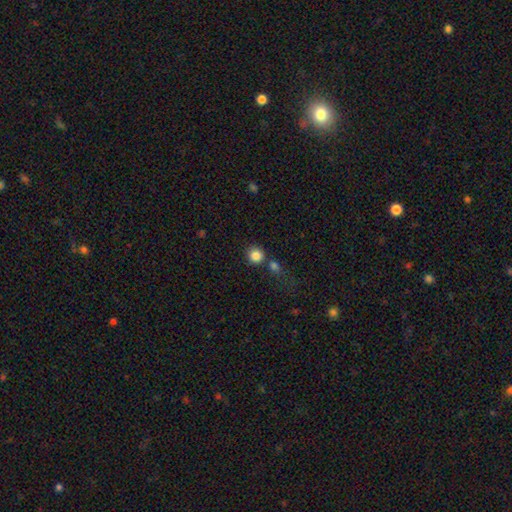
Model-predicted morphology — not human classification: A smooth galaxy with no disk features (84%) that is round (91%).

Vote fractions:
- Smooth or featured? smooth: 84% / star or artifact: 10% / featured or disk: 5%
- How rounded? round: 91% / in between: 8% / cigar-shaped: 1%
- Merging? none: 68% / merger: 18% / minor disturbance: 10% / major disturbance: 4%